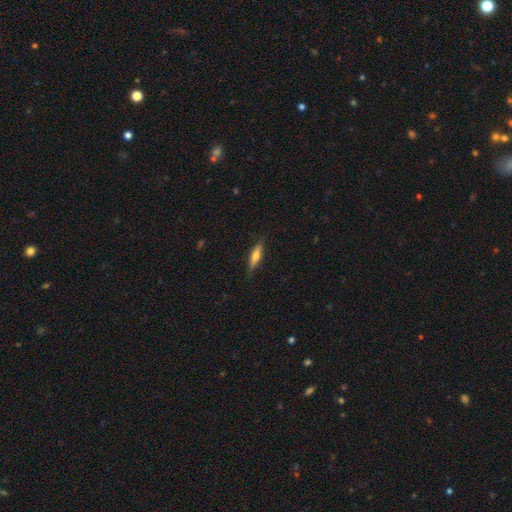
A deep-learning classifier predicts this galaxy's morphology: smooth 55%, featured or disk 39%, star or artifact 6%. Down the decision tree: how rounded — cigar-shaped (75%); merging — none (86%).